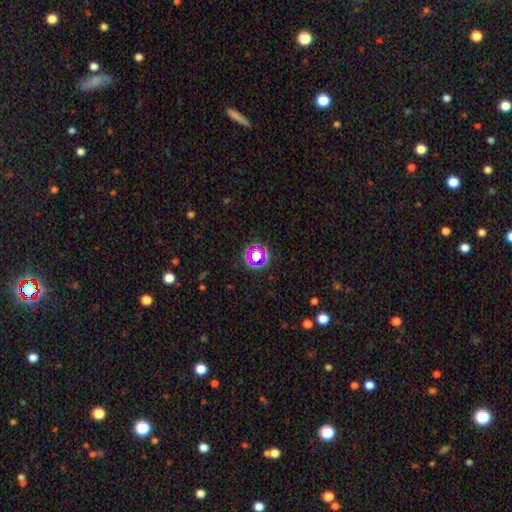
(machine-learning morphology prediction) The model was most divided on "smooth or featured": star or artifact: 58%, smooth: 30%, featured or disk: 13%.